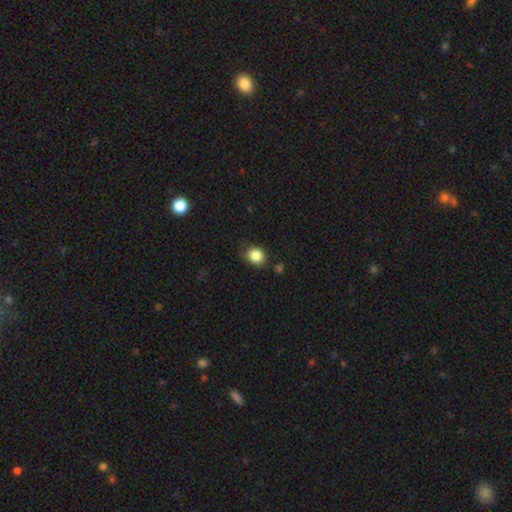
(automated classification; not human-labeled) This is clearly a smooth galaxy (86%). How rounded: likely round (65%). Merging: likely none (76%).